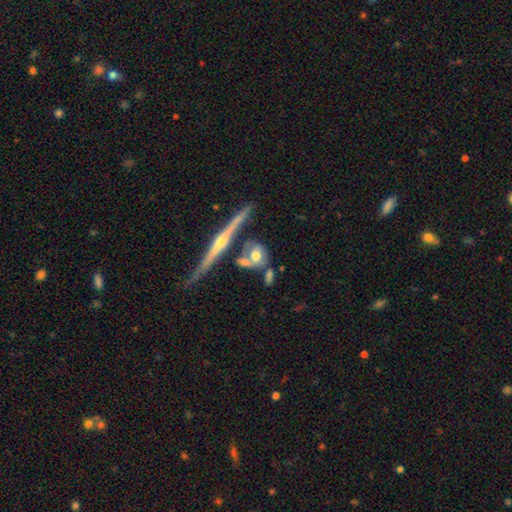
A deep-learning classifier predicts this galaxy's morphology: featured or disk 51%, smooth 41%, star or artifact 8%. Down the decision tree: edge-on disk — yes (60%); merging — none (48%).